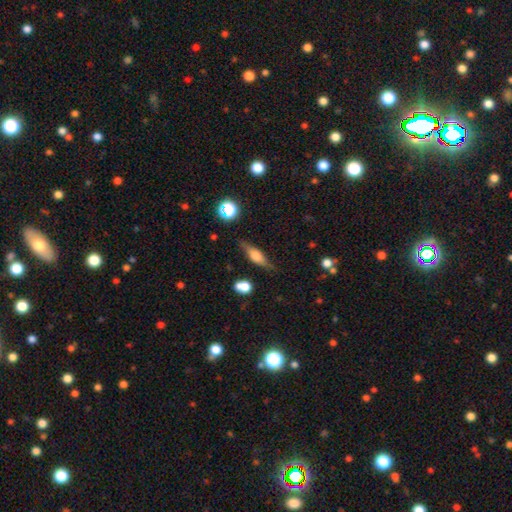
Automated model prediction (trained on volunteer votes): Smooth or featured: smooth — 49% (featured or disk — 43%)
Merging: none — 76% (minor disturbance — 16%)